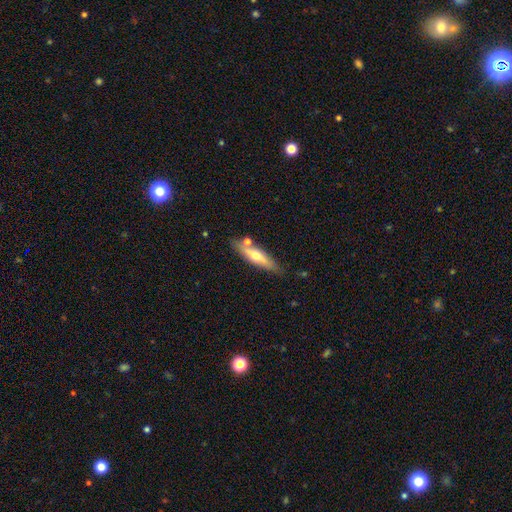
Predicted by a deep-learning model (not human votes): Smooth or featured?
  - featured or disk: 47% *
  - smooth: 46%
  - star or artifact: 6%
Merging?
  - none: 74% *
  - minor disturbance: 14%
  - merger: 10%
  - major disturbance: 3%